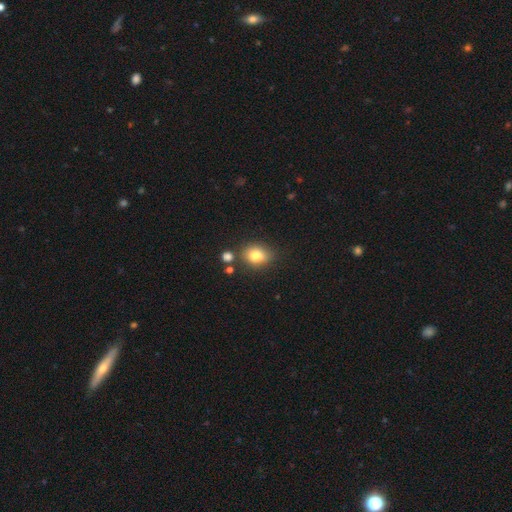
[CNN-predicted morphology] smooth_or_featured: smooth (p=0.79) [alt: star or artifact p=0.11]
how_rounded: round (p=0.50) [alt: in between p=0.49]
merging: none (p=0.75) [alt: minor disturbance p=0.13]